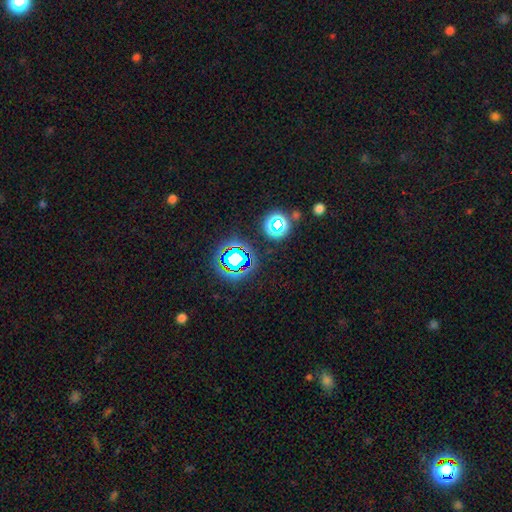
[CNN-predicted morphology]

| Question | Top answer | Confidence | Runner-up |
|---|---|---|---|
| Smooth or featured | star or artifact | 73% | smooth (18%) |